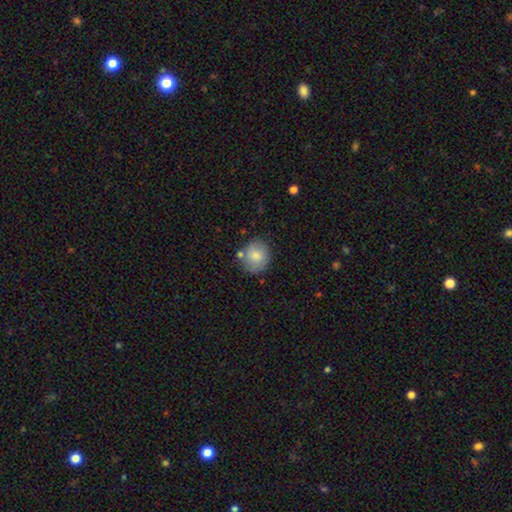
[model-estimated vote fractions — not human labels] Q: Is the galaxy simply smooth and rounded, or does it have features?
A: smooth — 81%.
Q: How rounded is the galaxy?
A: round — 80%.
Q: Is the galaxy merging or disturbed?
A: none — 73%.